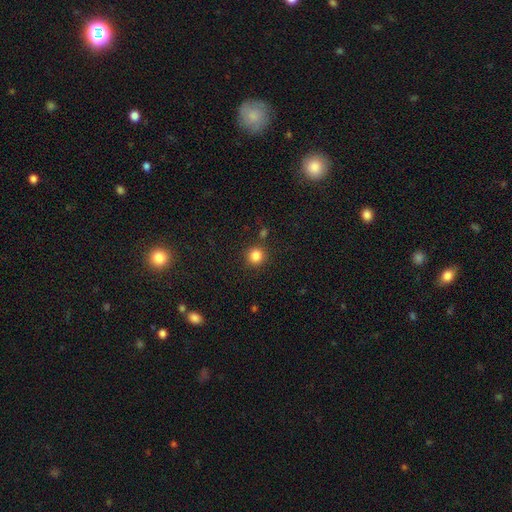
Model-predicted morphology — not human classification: Smooth or featured: smooth — 85% (star or artifact — 12%)
How rounded: round — 92% (in between — 7%)
Merging: none — 86% (minor disturbance — 7%)